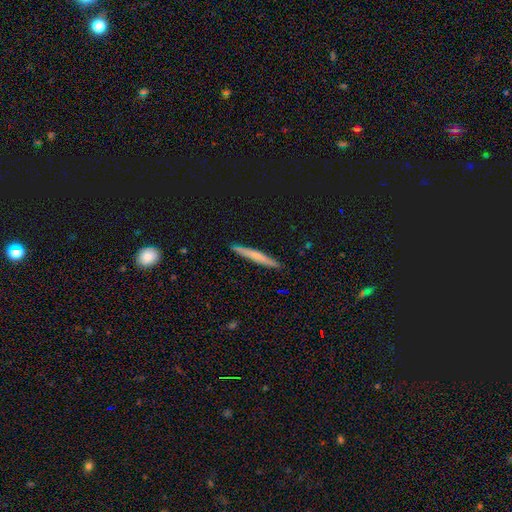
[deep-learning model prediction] Morphology: type=smooth (50%); roundness=cigar-shaped (96%); merging=none (91%).